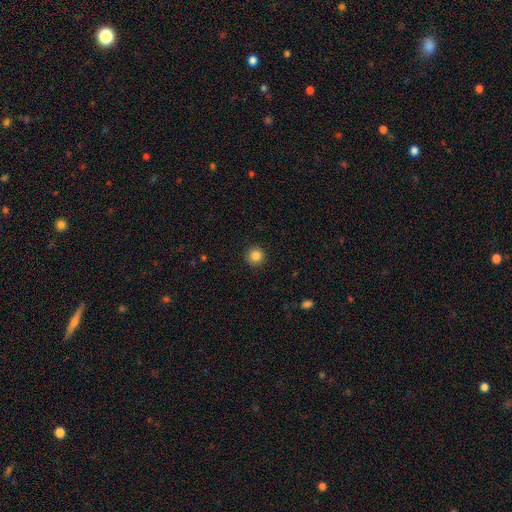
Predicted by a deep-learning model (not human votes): A smooth galaxy with no disk features (85%) that is round (95%). Merging: none (93%).